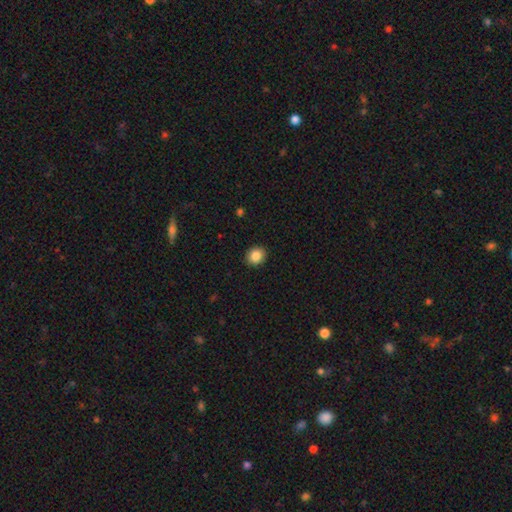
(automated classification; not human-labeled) Smooth or featured? smooth (86%)
How rounded? round (74%)
Merging? none (91%)